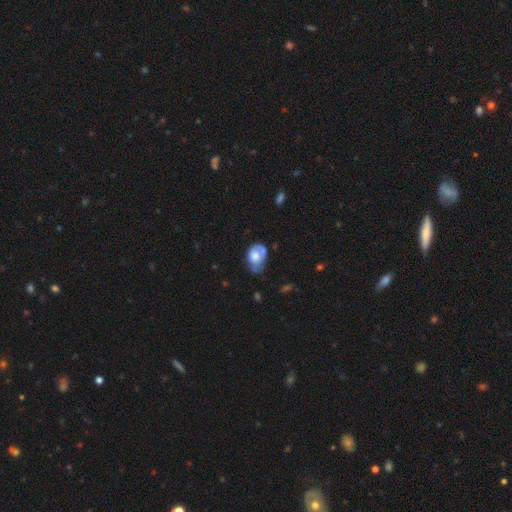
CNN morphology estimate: This is likely a smooth galaxy (61%). How rounded: likely in between (72%). Merging: marginally minor disturbance (38%).